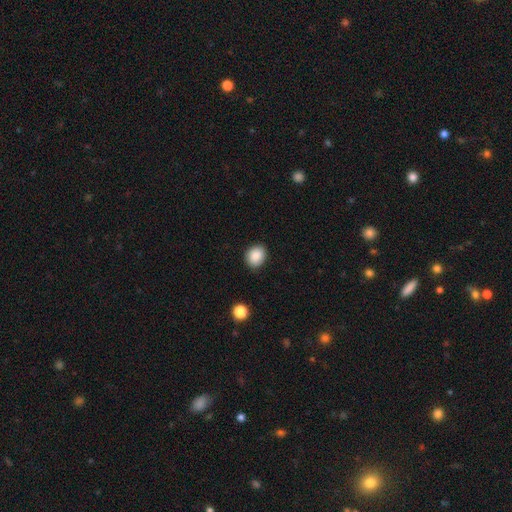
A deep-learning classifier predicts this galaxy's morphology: smooth_or_featured: smooth (p=0.88) [alt: star or artifact p=0.08]
how_rounded: round (p=0.55) [alt: in between p=0.44]
merging: none (p=0.88) [alt: minor disturbance p=0.09]